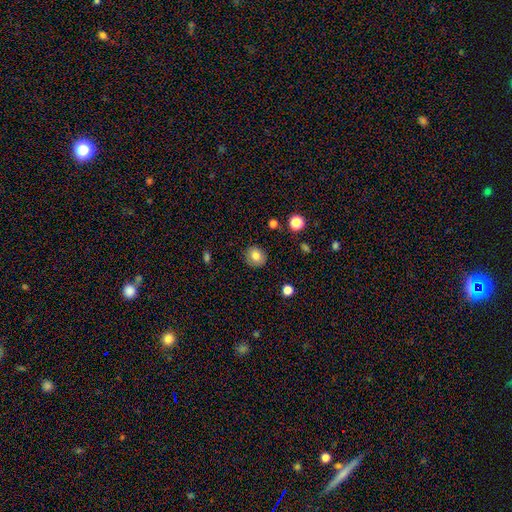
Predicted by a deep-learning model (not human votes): Smooth or featured? smooth (81%)
How rounded? round (75%)
Merging? none (86%)